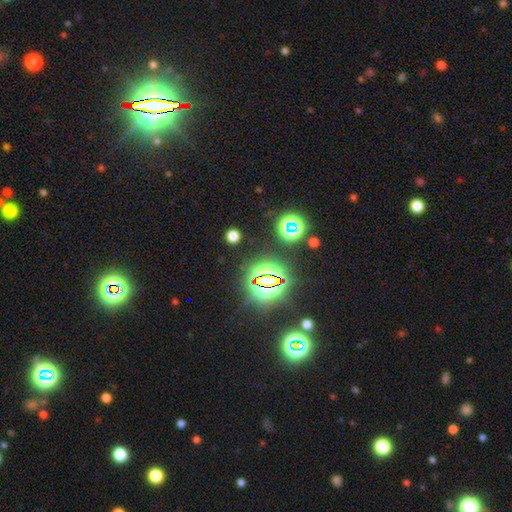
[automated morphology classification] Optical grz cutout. It shows a star or artifact, not a galaxy (82%).